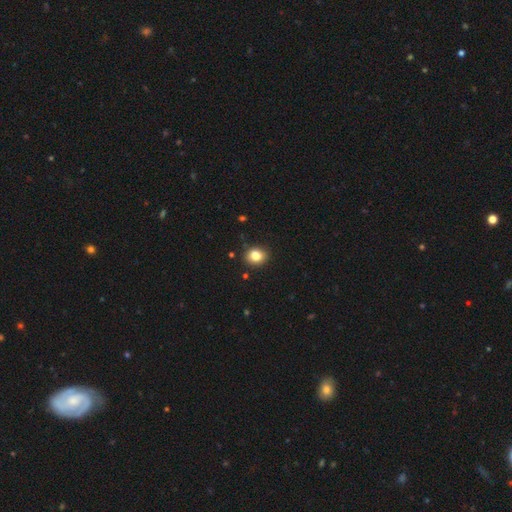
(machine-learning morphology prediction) A smooth galaxy with no disk features (84%) that is round (58%). Merging: none (86%).